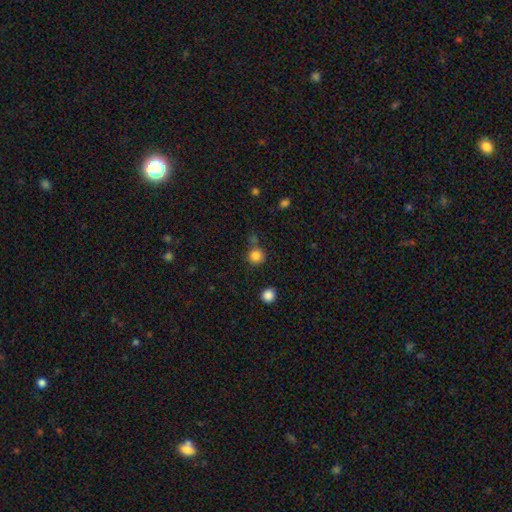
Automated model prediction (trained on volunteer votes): smooth-or-featured: smooth: 83% | star or artifact: 12% | featured or disk: 5%
  how-rounded: round: 91% | in between: 8% | cigar-shaped: 1%
  merging: none: 72% | minor disturbance: 12% | merger: 12% | major disturbance: 4%